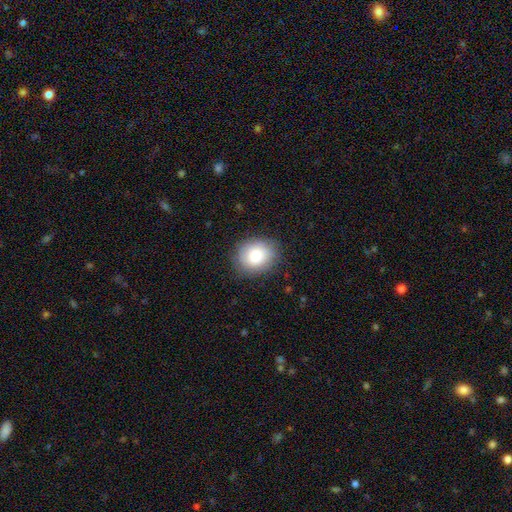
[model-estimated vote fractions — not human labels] smooth 80%, featured or disk 11%, star or artifact 9%. Down the decision tree: how rounded — round (64%); merging — none (84%).